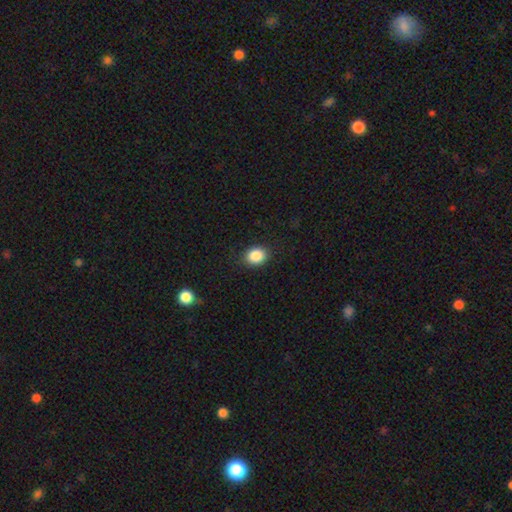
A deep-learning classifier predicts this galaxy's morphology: This appears to be a smooth galaxy with no disk features (87%) that is round (54%). Merging: none (89%).